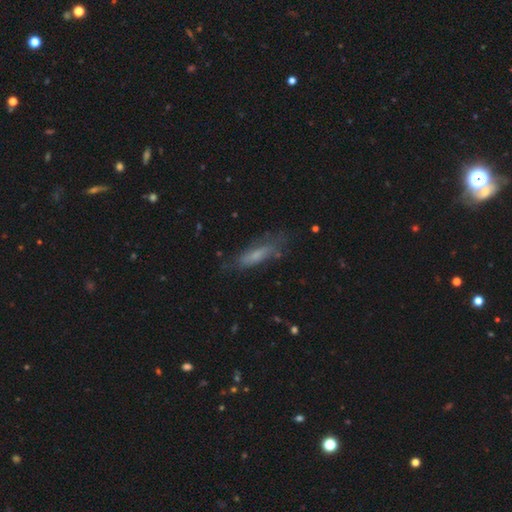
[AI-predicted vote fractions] Smooth or featured: smooth — 56% (featured or disk — 34%)
How rounded: cigar-shaped — 63% (in between — 35%)
Merging: none — 64% (minor disturbance — 23%)